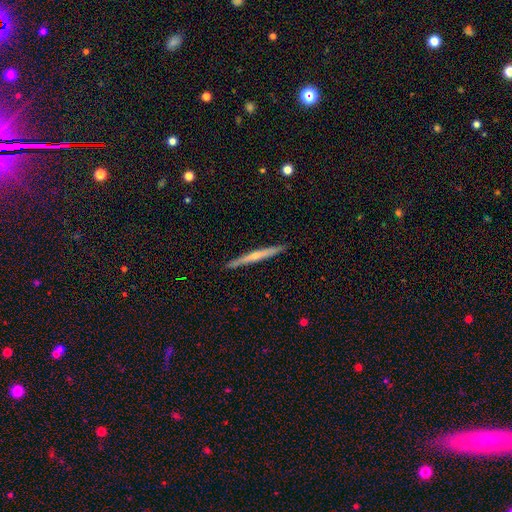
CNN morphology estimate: A featured or disk galaxy (65%) viewed edge-on (96%) with a rounded central bulge (65%).

Vote fractions:
- Smooth or featured? featured or disk: 65% / smooth: 24% / star or artifact: 10%
- Edge-on disk? yes: 96% / no: 4%
- Edge-on bulge? rounded: 65% / none: 27% / boxy: 8%
- Merging? none: 90% / minor disturbance: 7% / major disturbance: 2% / merger: 2%